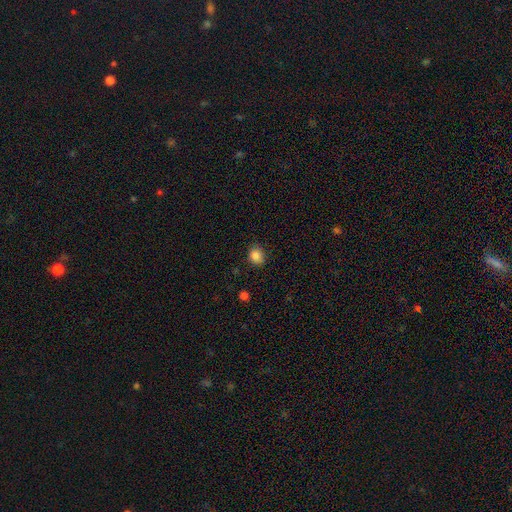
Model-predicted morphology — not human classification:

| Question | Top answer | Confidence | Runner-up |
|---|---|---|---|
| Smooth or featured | smooth | 86% | star or artifact (11%) |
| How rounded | round | 62% | in between (37%) |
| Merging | none | 80% | minor disturbance (15%) |